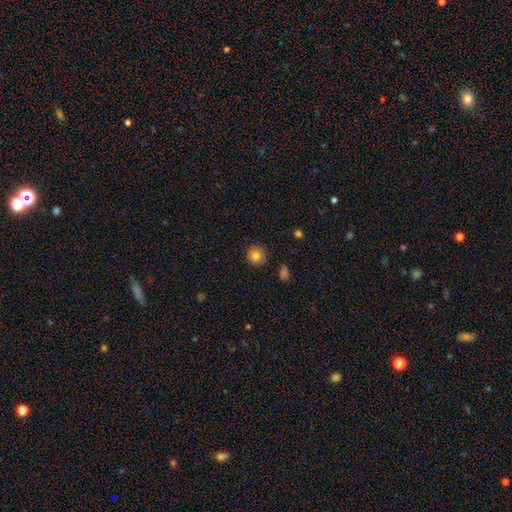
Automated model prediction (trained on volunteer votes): A smooth galaxy with no disk features (82%) that is round (92%).

Vote fractions:
- Smooth or featured? smooth: 82% / star or artifact: 10% / featured or disk: 8%
- How rounded? round: 92% / in between: 7% / cigar-shaped: 1%
- Merging? none: 90% / minor disturbance: 7% / major disturbance: 2% / merger: 1%